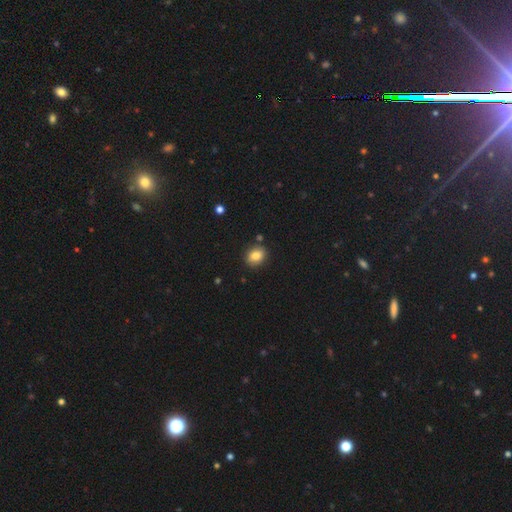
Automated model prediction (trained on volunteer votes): Smooth or featured?
  - smooth: 82% *
  - star or artifact: 9%
  - featured or disk: 9%
How rounded?
  - round: 52% *
  - in between: 47%
  - cigar-shaped: 1%
Merging?
  - none: 85% *
  - minor disturbance: 10%
  - merger: 3%
  - major disturbance: 2%